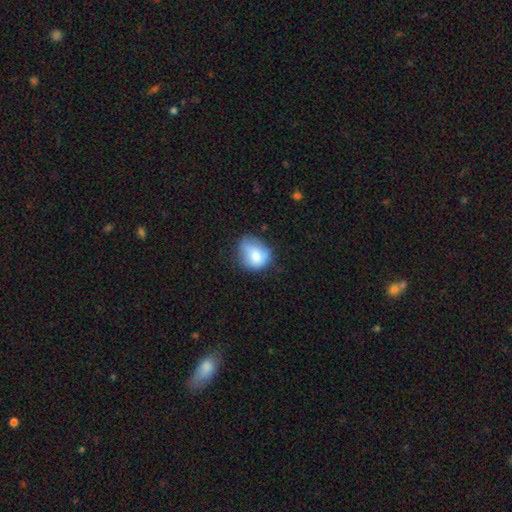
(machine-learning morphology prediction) smooth-or-featured: smooth: 75% | featured or disk: 16% | star or artifact: 8%
  how-rounded: round: 54% | in between: 45% | cigar-shaped: 1%
  merging: none: 43% | minor disturbance: 39% | major disturbance: 15% | merger: 3%